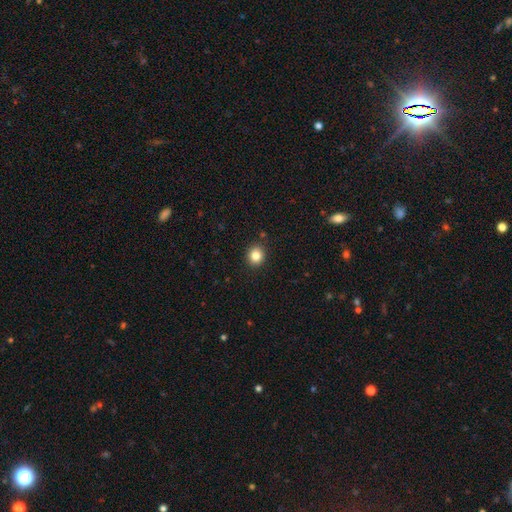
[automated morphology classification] type=smooth (83%); roundness=round (81%); merging=none (90%).